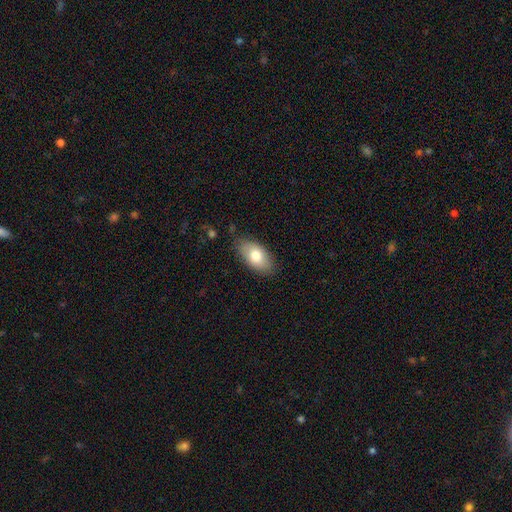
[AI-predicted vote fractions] A smooth galaxy with no disk features (78%) that is in between round and cigar-shaped (93%). Merging: none (80%).